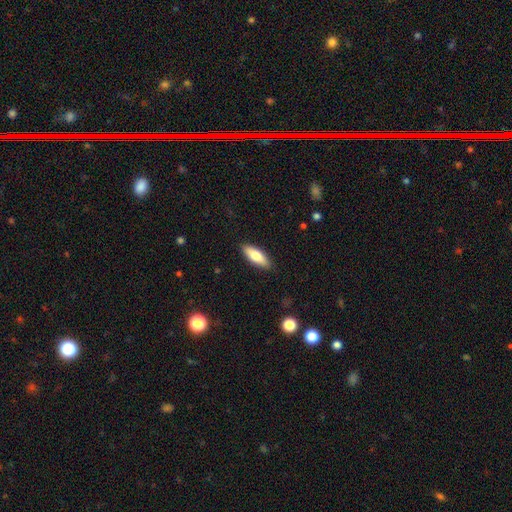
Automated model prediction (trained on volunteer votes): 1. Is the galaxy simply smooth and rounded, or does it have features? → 74% smooth, 20% featured or disk, 6% star or artifact.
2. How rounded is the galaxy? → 60% in between, 38% cigar-shaped, 2% round.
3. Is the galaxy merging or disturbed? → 89% none, 8% minor disturbance, 2% major disturbance, 1% merger.